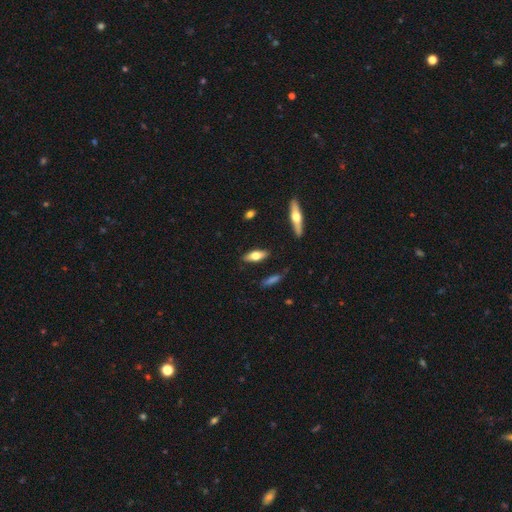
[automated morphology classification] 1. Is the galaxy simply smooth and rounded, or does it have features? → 56% smooth, 37% featured or disk, 6% star or artifact.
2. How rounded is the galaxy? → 62% in between, 35% cigar-shaped, 3% round.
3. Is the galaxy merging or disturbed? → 85% none, 10% minor disturbance, 2% major disturbance, 2% merger.